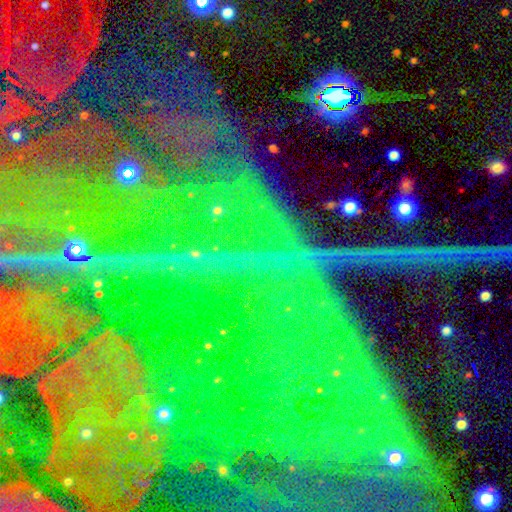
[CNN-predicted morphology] type=star or artifact (85%).